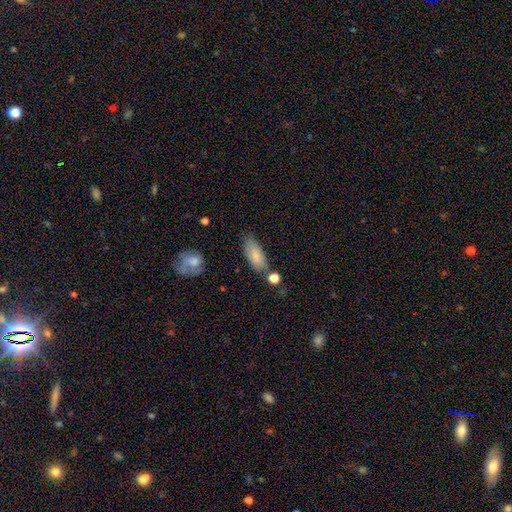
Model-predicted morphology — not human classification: A smooth galaxy with no disk features (81%) that is in between round and cigar-shaped (84%). Merging: none (64%).